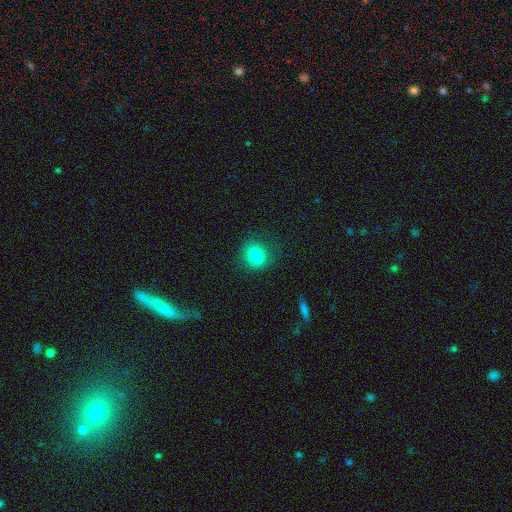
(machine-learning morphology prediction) This is clearly a smooth galaxy (82%). How rounded: likely round (73%). Merging: clearly none (81%).